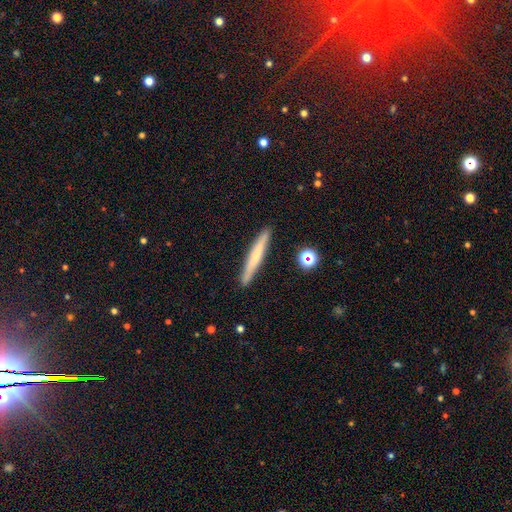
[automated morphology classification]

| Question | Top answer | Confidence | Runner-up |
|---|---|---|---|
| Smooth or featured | smooth | 57% | featured or disk (36%) |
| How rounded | cigar-shaped | 95% | in between (3%) |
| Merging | none | 90% | minor disturbance (7%) |